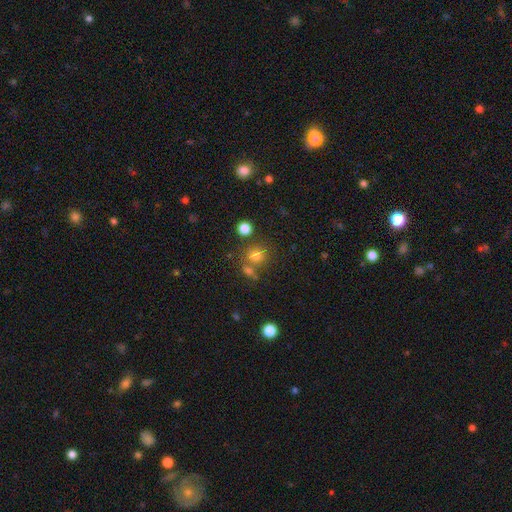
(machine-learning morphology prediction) Overall: smooth (74%). How rounded: round (75%). Merging: none (61%; merger 22%).